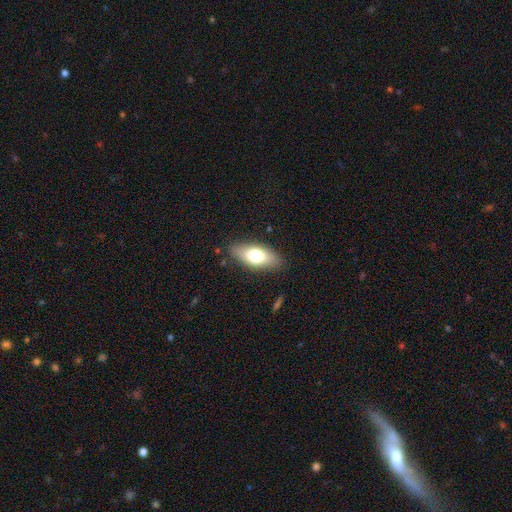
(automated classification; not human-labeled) Q: Smooth or featured?
A: smooth (69%); runner-up: featured or disk (24%)
Q: How rounded?
A: in between (83%); runner-up: cigar-shaped (14%)
Q: Merging?
A: none (84%); runner-up: minor disturbance (11%)